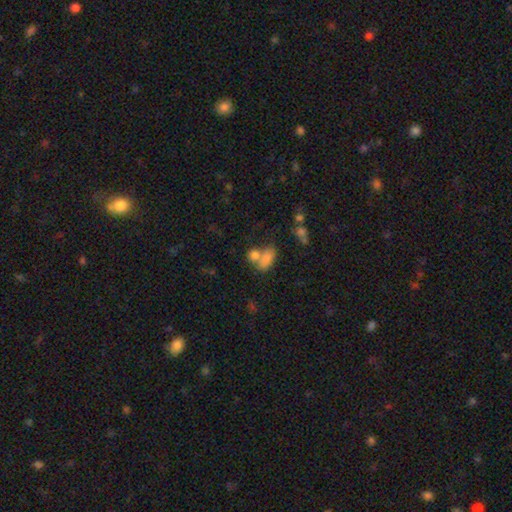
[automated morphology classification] Smooth or featured?
  - smooth: 77% *
  - star or artifact: 12%
  - featured or disk: 11%
How rounded?
  - in between: 71% *
  - round: 25%
  - cigar-shaped: 4%
Merging?
  - merger: 49% *
  - none: 36%
  - minor disturbance: 10%
  - major disturbance: 5%